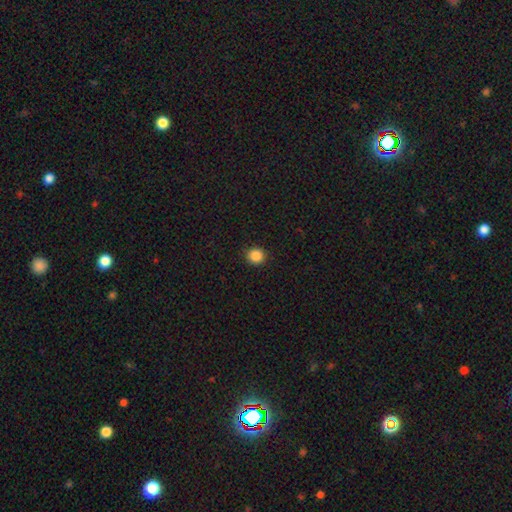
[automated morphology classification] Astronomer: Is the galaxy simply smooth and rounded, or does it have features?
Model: smooth — 87%.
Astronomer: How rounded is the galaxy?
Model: round — 92%.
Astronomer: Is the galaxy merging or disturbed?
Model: none — 91%.